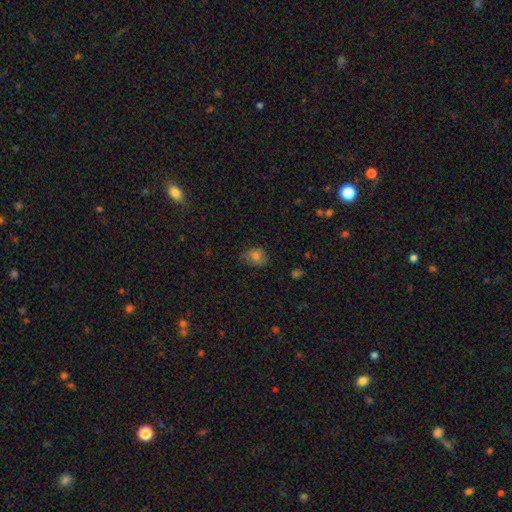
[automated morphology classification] A smooth galaxy with no disk features (77%) that is in between round and cigar-shaped (53%). Merging: none (69%).